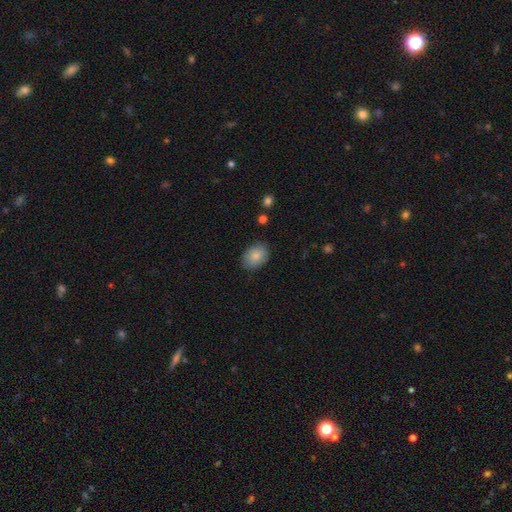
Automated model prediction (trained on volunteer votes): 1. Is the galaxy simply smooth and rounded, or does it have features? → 85% smooth, 8% featured or disk, 7% star or artifact.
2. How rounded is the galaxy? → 75% in between, 24% round, 1% cigar-shaped.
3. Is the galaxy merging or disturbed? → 83% none, 13% minor disturbance, 3% major disturbance, 1% merger.